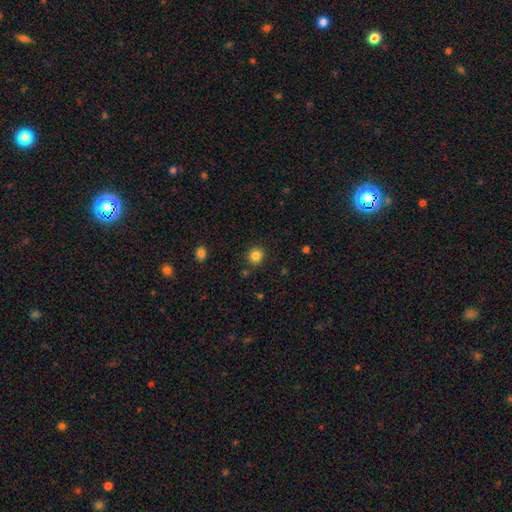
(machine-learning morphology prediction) type=smooth (84%); roundness=round (88%); merging=none (88%).